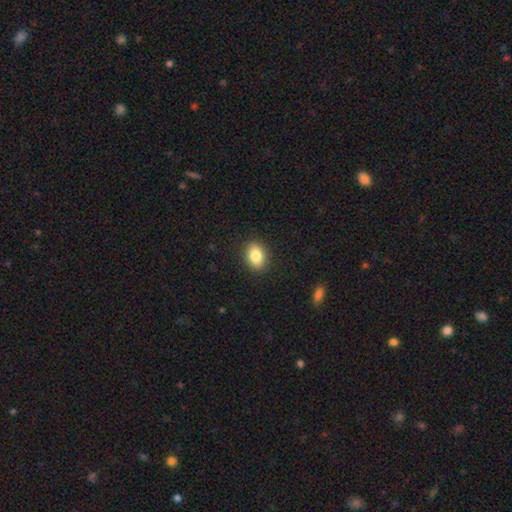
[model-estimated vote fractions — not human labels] Smooth or featured? smooth (84%)
How rounded? in between (72%)
Merging? none (89%)